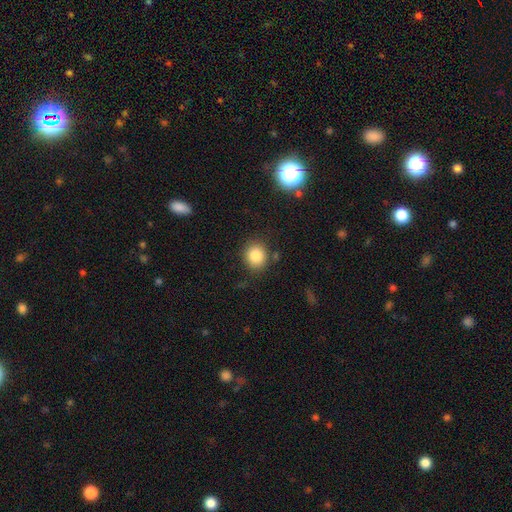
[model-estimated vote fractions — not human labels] Morphology: type=smooth (85%); roundness=round (77%); merging=none (82%).